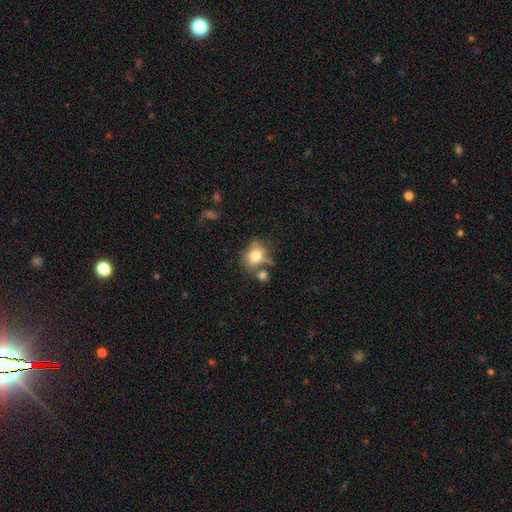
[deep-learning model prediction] smooth_or_featured: smooth (p=0.71) [alt: featured or disk p=0.19]
how_rounded: in between (p=0.57) [alt: round p=0.41]
merging: none (p=0.44) [alt: merger p=0.22]